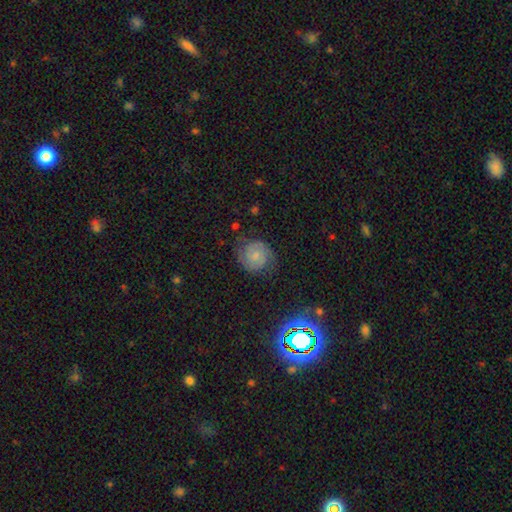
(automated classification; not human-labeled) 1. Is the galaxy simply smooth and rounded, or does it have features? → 64% featured or disk, 26% smooth, 10% star or artifact.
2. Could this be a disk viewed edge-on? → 98% no, 2% yes.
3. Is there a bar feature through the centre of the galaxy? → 57% no, 37% weak, 6% strong.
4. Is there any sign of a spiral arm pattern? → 94% yes, 6% no.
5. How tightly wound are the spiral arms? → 54% tight, 36% medium, 10% loose.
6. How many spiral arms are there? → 78% 2, 12% can't tell, 4% 3, 2% 1, 2% 4, 2% more than 4.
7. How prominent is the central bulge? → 54% small, 24% moderate, 18% none, 3% large, 1% dominant.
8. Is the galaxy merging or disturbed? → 71% none, 19% minor disturbance, 8% major disturbance, 2% merger.